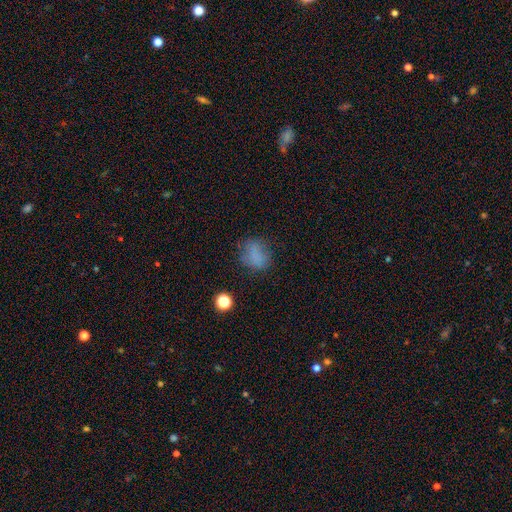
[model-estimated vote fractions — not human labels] Morphology: type=smooth (74%); roundness=round (52%); merging=none (63%).